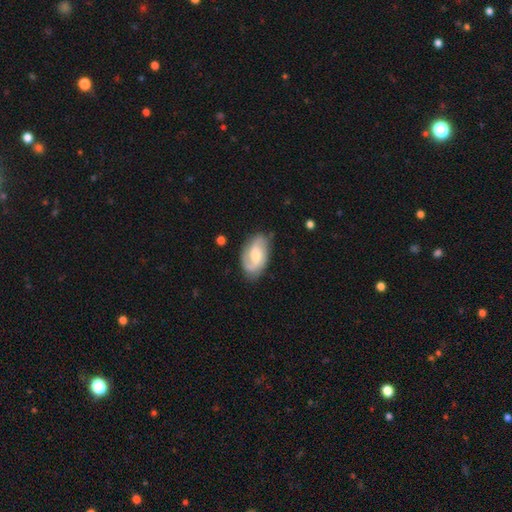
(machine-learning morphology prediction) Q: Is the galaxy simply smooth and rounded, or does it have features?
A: featured or disk — 73%.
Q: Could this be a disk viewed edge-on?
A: no — 96%.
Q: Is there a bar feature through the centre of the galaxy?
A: no — 49%.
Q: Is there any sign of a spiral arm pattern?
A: yes — 93%.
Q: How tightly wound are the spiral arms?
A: medium — 45%.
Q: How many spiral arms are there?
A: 2 — 74%.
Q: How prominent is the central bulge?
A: moderate — 49%.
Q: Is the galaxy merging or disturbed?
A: none — 74%.